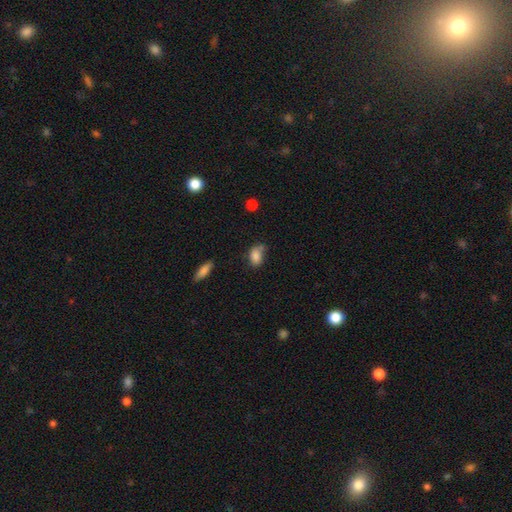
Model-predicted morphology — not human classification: Smooth or featured? Predicted: smooth (p=0.83). How rounded? Predicted: in between (p=0.85). Merging? Predicted: none (p=0.45).